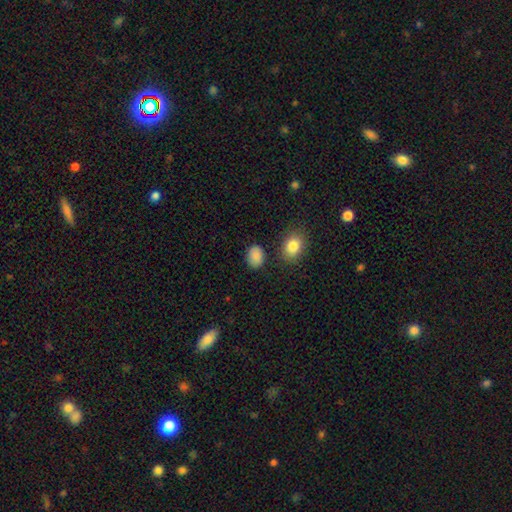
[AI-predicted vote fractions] Smooth or featured? smooth (88%)
How rounded? in between (66%)
Merging? none (84%)